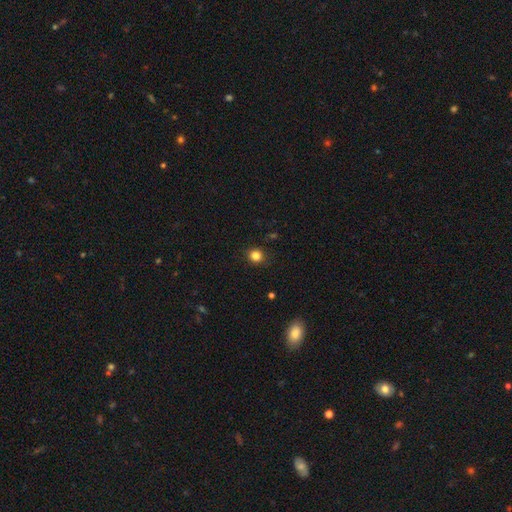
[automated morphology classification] Smooth or featured? smooth (84%)
How rounded? round (90%)
Merging? none (90%)